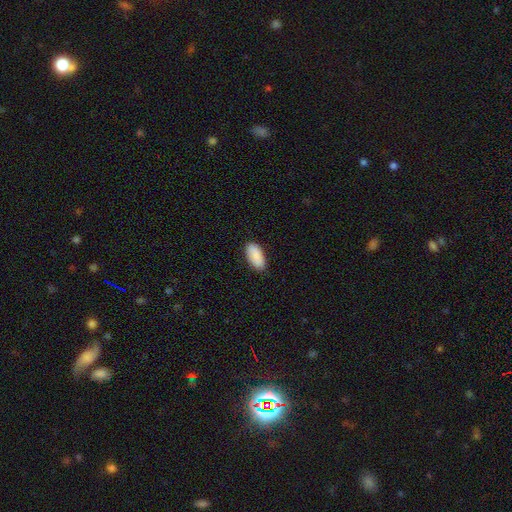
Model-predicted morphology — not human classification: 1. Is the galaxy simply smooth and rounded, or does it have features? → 90% smooth, 6% star or artifact, 4% featured or disk.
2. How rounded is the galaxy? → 92% in between, 6% cigar-shaped, 2% round.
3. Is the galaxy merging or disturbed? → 84% none, 13% minor disturbance, 2% major disturbance, 1% merger.